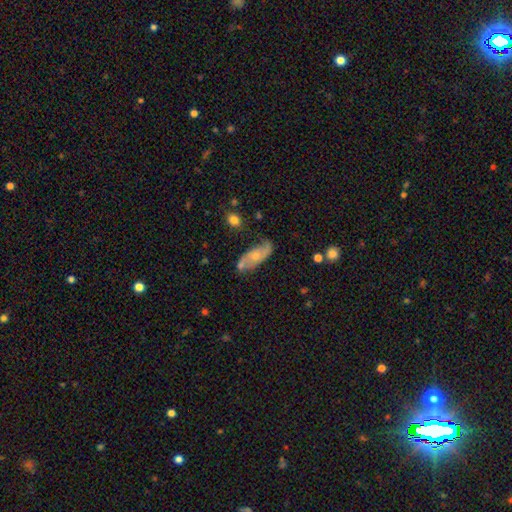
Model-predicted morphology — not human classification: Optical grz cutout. It shows a featured or disk galaxy (55%). Merging: none (56%).